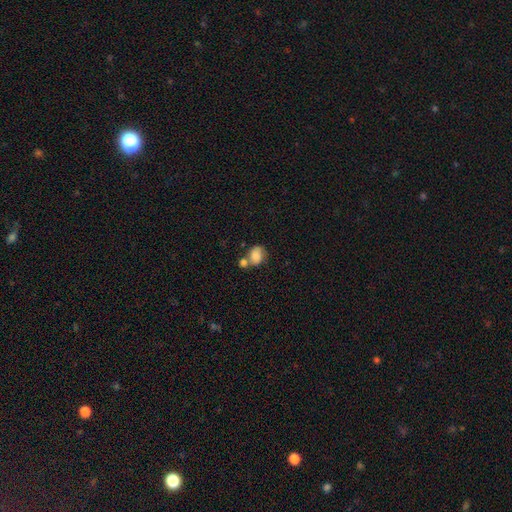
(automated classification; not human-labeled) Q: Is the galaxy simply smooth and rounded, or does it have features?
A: smooth — 75%.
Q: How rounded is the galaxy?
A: round — 51%.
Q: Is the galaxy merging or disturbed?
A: merger — 44%.